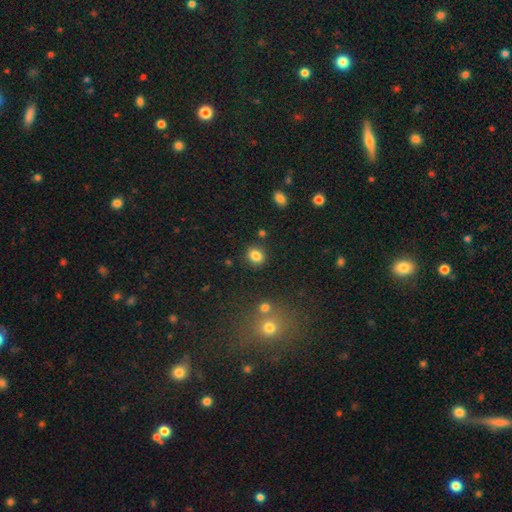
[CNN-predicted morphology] This is clearly a smooth galaxy (83%). How rounded: likely round (66%). Merging: clearly none (86%).